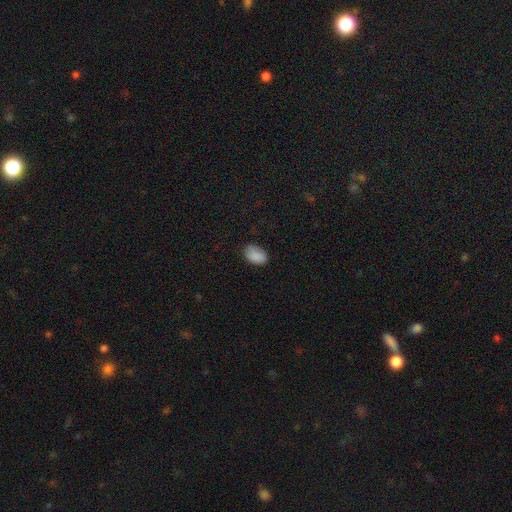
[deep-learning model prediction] A smooth galaxy with no disk features (88%) that is in between round and cigar-shaped (88%). Merging: none (79%).